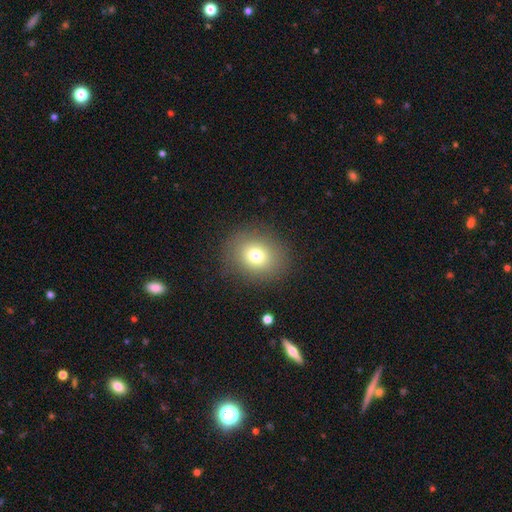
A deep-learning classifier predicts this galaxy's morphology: smooth 76%, star or artifact 13%, featured or disk 11%. Down the decision tree: how rounded — round (65%); merging — none (87%).